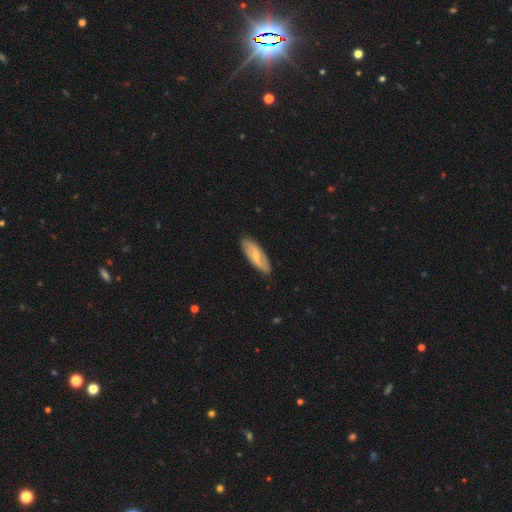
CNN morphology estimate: Smooth or featured?
  - featured or disk: 52% *
  - smooth: 42%
  - star or artifact: 6%
Edge-on disk?
  - no: 85% *
  - yes: 15%
Merging?
  - none: 85% *
  - minor disturbance: 12%
  - major disturbance: 2%
  - merger: 1%